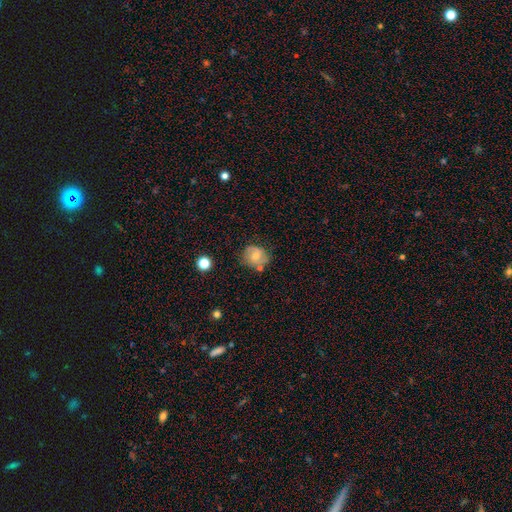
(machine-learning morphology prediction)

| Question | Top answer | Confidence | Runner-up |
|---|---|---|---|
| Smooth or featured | smooth | 58% | featured or disk (33%) |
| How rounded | round | 72% | in between (27%) |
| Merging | none | 63% | minor disturbance (23%) |